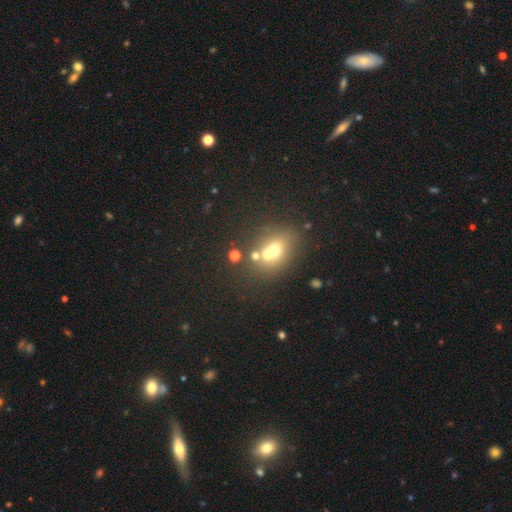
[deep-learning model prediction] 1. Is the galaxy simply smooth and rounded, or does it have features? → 58% smooth, 24% featured or disk, 18% star or artifact.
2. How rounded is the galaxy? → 61% round, 37% in between, 1% cigar-shaped.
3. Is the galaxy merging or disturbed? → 46% merger, 40% none, 9% minor disturbance, 5% major disturbance.